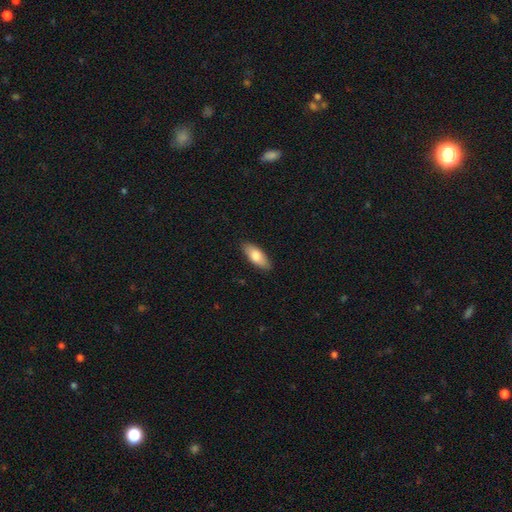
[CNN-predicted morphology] Smooth or featured: smooth — 78% (featured or disk — 16%)
How rounded: in between — 80% (cigar-shaped — 17%)
Merging: none — 87% (minor disturbance — 10%)